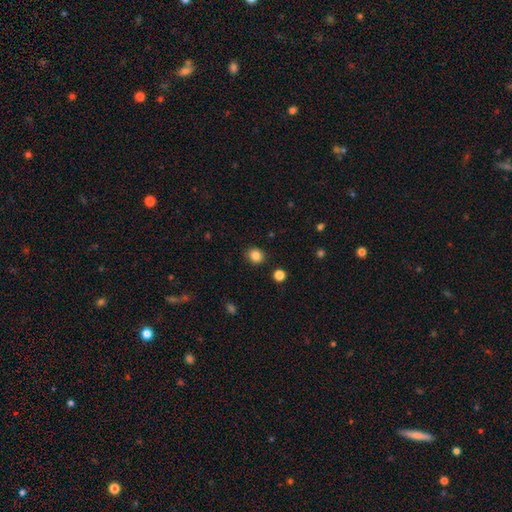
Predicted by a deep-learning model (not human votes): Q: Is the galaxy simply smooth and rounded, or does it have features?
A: smooth — 85%.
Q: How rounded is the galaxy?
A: round — 79%.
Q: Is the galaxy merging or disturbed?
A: none — 88%.